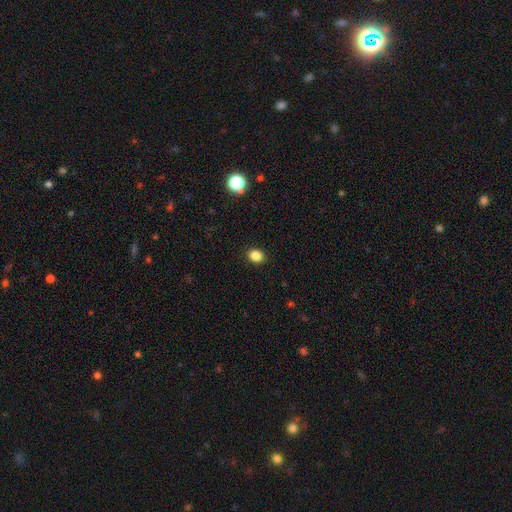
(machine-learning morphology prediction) A smooth galaxy with no disk features (85%) that is round (58%).

Vote fractions:
- Smooth or featured? smooth: 85% / star or artifact: 11% / featured or disk: 4%
- How rounded? round: 58% / in between: 41% / cigar-shaped: 1%
- Merging? none: 91% / minor disturbance: 7% / major disturbance: 2% / merger: 1%